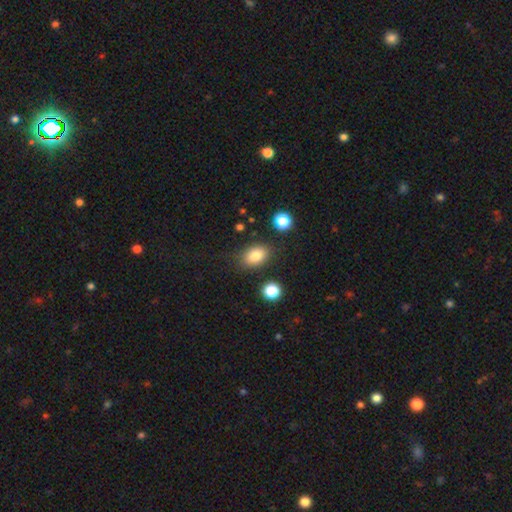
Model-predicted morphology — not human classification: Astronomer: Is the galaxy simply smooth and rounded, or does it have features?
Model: smooth — 82%.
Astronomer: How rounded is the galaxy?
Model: in between — 82%.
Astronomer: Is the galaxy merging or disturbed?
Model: none — 81%.